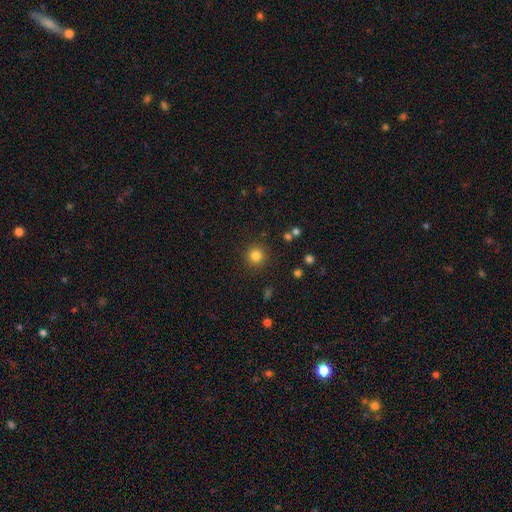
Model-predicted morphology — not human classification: This is clearly a smooth galaxy (82%). How rounded: clearly round (94%). Merging: clearly none (89%).